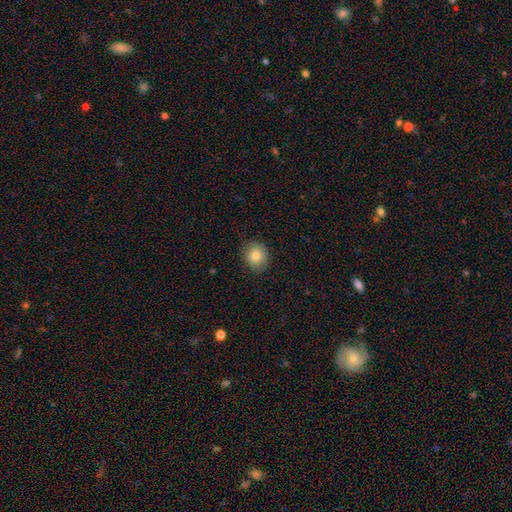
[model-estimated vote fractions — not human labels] smooth 82%, star or artifact 10%, featured or disk 9%. Down the decision tree: how rounded — round (77%); merging — none (85%).